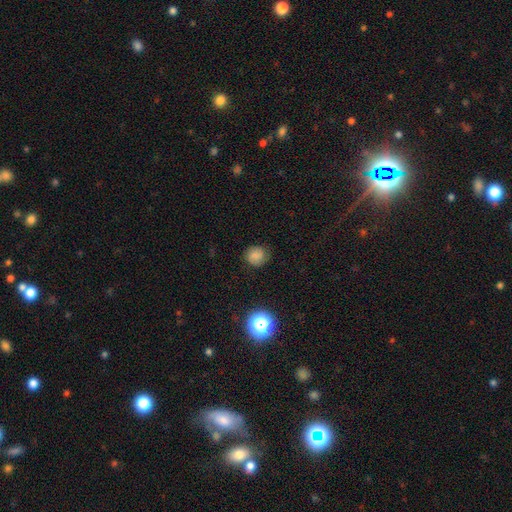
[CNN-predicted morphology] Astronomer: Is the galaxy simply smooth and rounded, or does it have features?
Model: smooth — 70%.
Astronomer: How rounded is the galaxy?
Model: round — 82%.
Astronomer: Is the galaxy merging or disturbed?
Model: none — 79%.